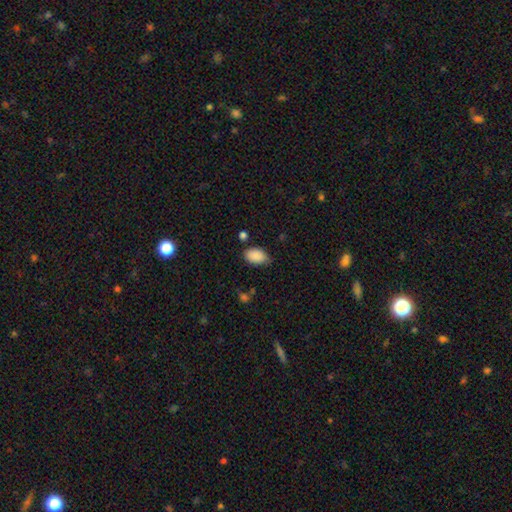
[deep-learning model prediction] Morphology: type=smooth (89%); roundness=in between (90%); merging=none (71%).